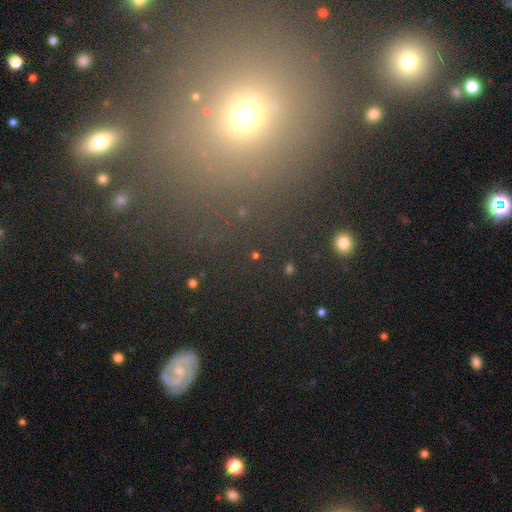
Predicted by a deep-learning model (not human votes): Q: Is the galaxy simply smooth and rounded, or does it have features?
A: star or artifact — 44%.